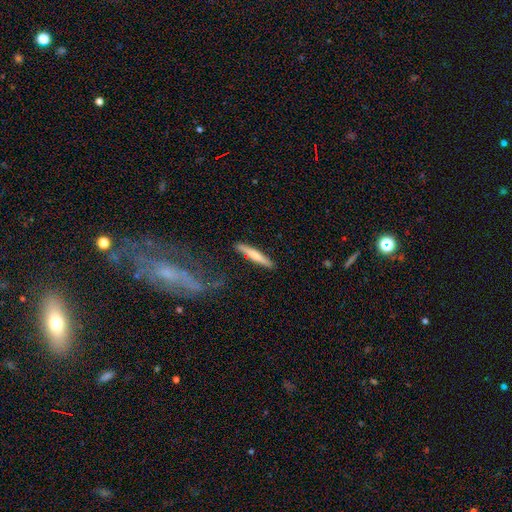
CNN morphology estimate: smooth 58%, featured or disk 36%, star or artifact 6%. Down the decision tree: how rounded — cigar-shaped (93%); merging — none (86%).